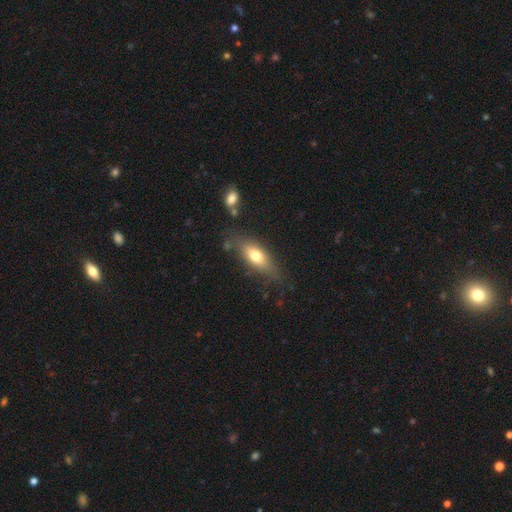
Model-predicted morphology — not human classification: The model was most divided on "smooth or featured": smooth: 66%, featured or disk: 27%, star or artifact: 8%. More confident: merging — none (71%); how rounded — in between (68%).